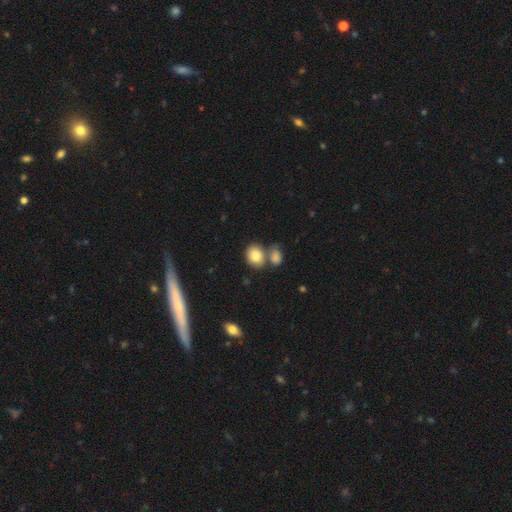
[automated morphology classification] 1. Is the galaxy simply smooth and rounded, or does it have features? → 83% smooth, 9% star or artifact, 8% featured or disk.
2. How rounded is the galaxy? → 52% round, 46% in between, 1% cigar-shaped.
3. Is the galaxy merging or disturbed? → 52% none, 33% merger, 11% minor disturbance, 4% major disturbance.